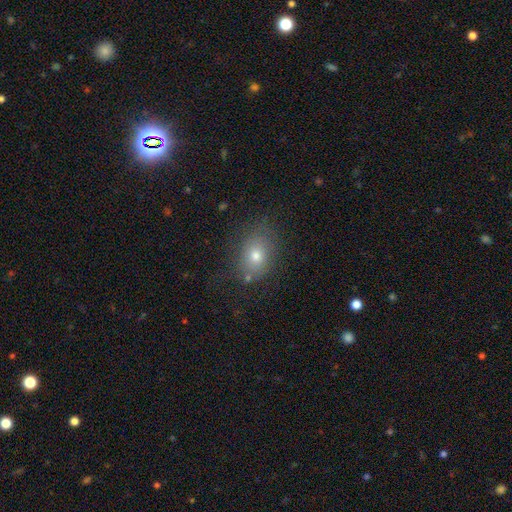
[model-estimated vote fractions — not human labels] A smooth galaxy with no disk features (72%) that is in between round and cigar-shaped (59%).

Vote fractions:
- Smooth or featured? smooth: 72% / star or artifact: 16% / featured or disk: 13%
- How rounded? in between: 59% / round: 39% / cigar-shaped: 1%
- Merging? none: 77% / minor disturbance: 15% / major disturbance: 5% / merger: 3%